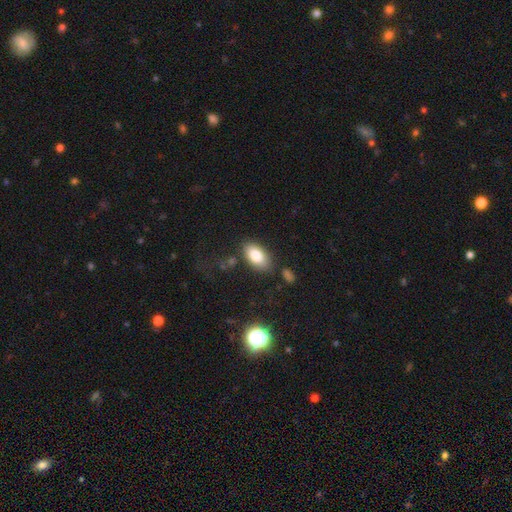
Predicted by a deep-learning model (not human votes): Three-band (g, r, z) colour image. It shows a smooth galaxy with no disk features (82%) that is in between round and cigar-shaped (93%). Merging: none (79%).